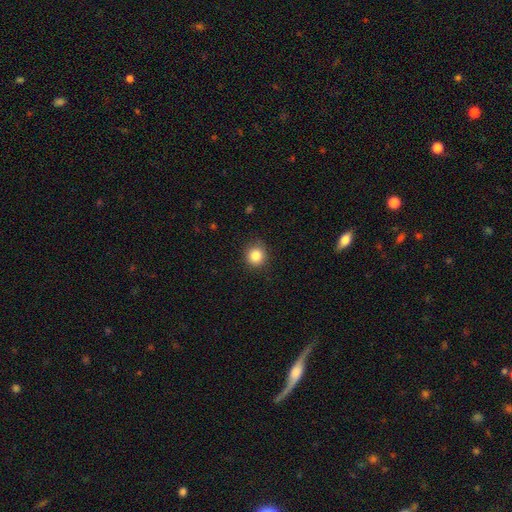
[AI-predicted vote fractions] Smooth or featured? smooth (84%)
How rounded? round (91%)
Merging? none (87%)